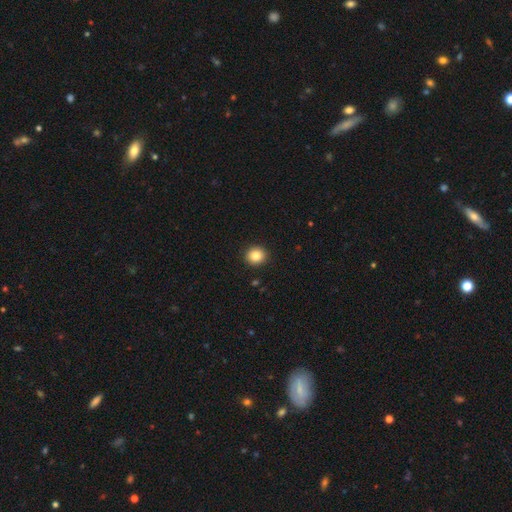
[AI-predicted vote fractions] Q: Smooth or featured?
A: smooth (85%); runner-up: star or artifact (10%)
Q: How rounded?
A: round (87%); runner-up: in between (12%)
Q: Merging?
A: none (92%); runner-up: minor disturbance (5%)